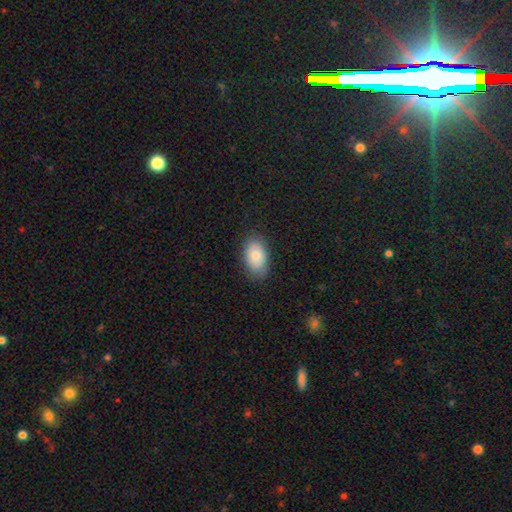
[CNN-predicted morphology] Q: Smooth or featured?
A: smooth (77%); runner-up: featured or disk (16%)
Q: How rounded?
A: in between (90%); runner-up: round (8%)
Q: Merging?
A: none (82%); runner-up: minor disturbance (14%)